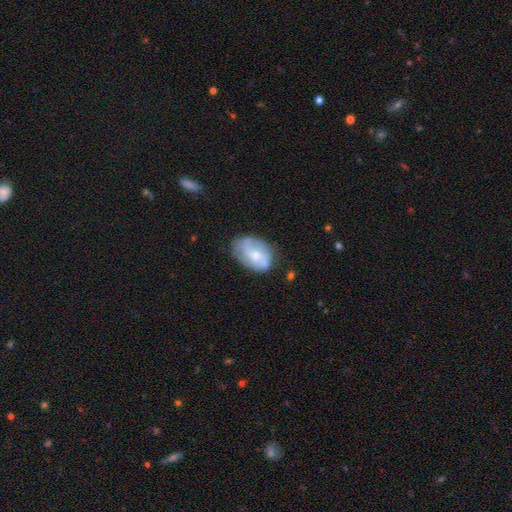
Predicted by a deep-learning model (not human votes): This is possibly a featured or disk galaxy (50%). Merging: likely none (62%).